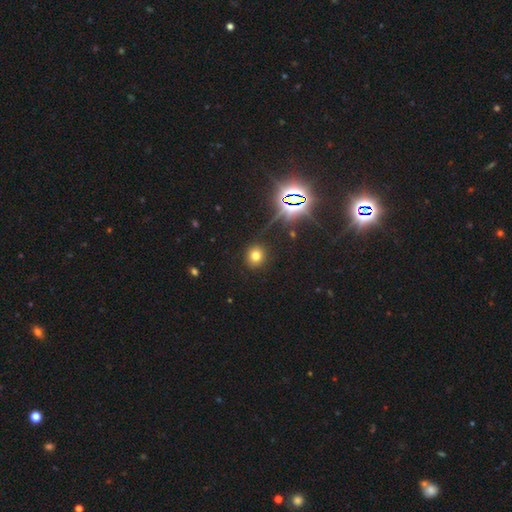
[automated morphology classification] type=smooth (69%); roundness=round (82%); merging=none (89%).